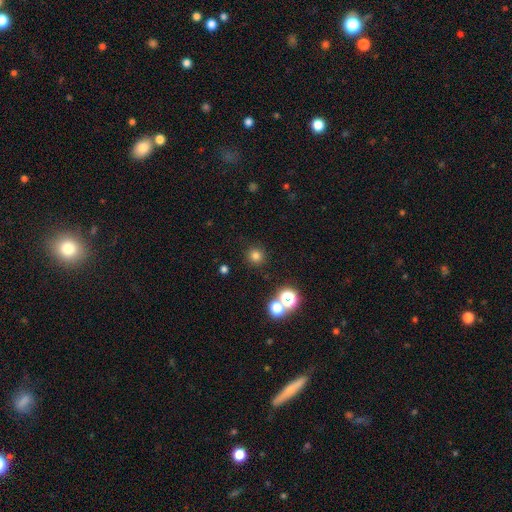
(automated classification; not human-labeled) smooth_or_featured: smooth (p=0.76) [alt: star or artifact p=0.18]
how_rounded: round (p=0.95) [alt: in between p=0.04]
merging: none (p=0.88) [alt: minor disturbance p=0.06]